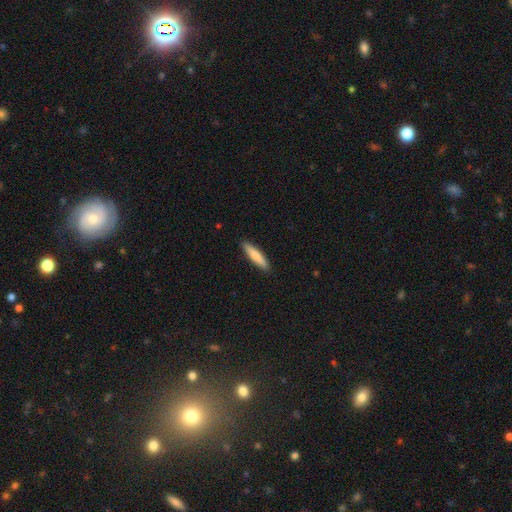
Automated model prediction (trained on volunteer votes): Smooth or featured? smooth (73%)
How rounded? cigar-shaped (84%)
Merging? none (91%)